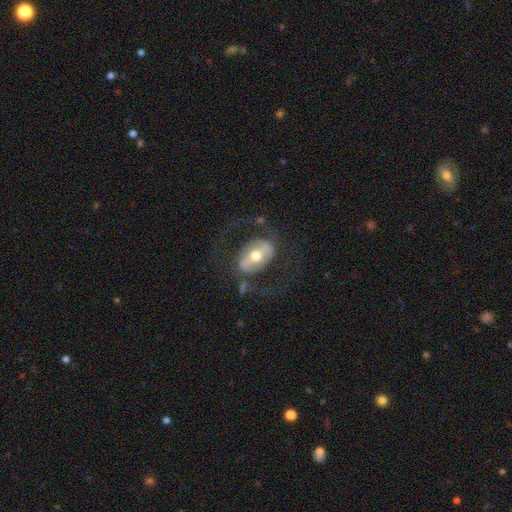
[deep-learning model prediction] This appears to be a featured or disk galaxy (70%) with a strong bar (48%), spiral arms (61%) and a moderate central bulge (71%). Merging: none (64%).